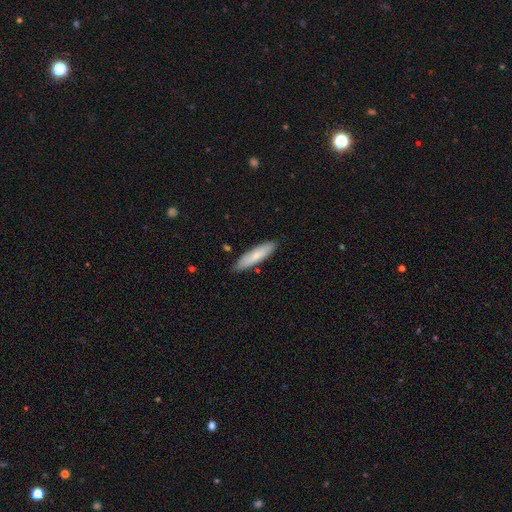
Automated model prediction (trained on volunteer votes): Smooth or featured? smooth (76%)
How rounded? cigar-shaped (74%)
Merging? none (86%)